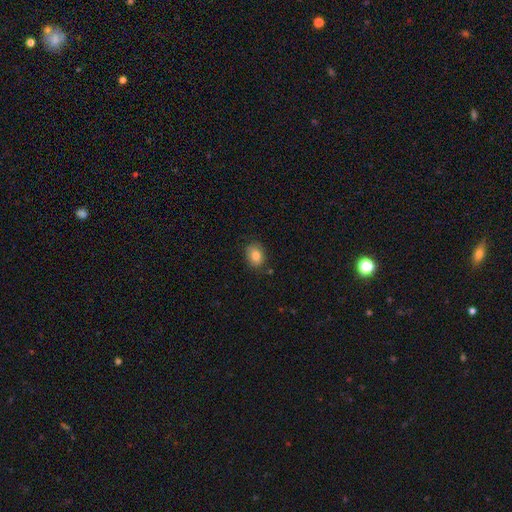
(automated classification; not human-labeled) This appears to be a smooth galaxy with no disk features (82%) that is in between round and cigar-shaped (66%). Merging: none (83%).